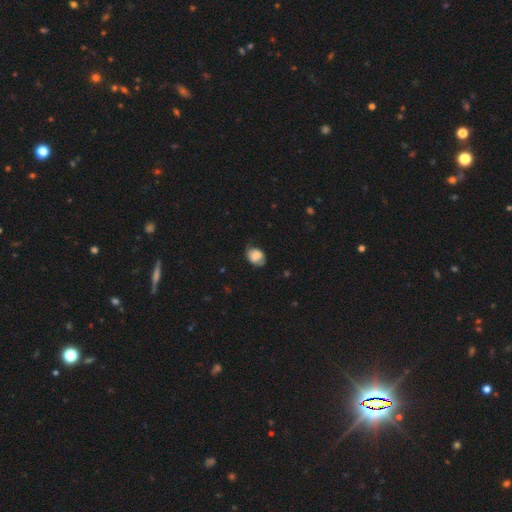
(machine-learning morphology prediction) smooth 74%, featured or disk 17%, star or artifact 9%. Down the decision tree: how rounded — in between (61%); merging — none (56%).